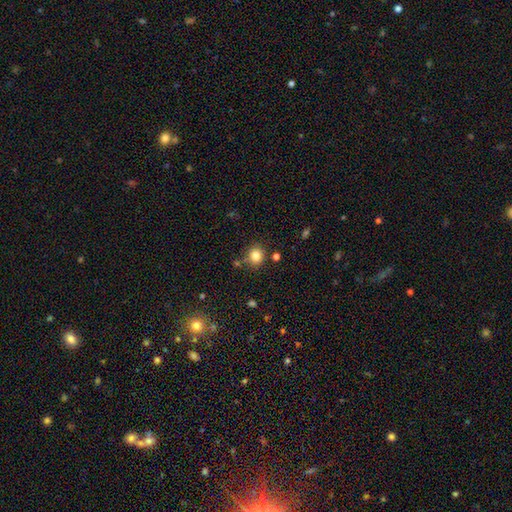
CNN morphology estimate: Smooth or featured? Predicted: smooth (p=0.83). How rounded? Predicted: round (p=0.79). Merging? Predicted: none (p=0.79).